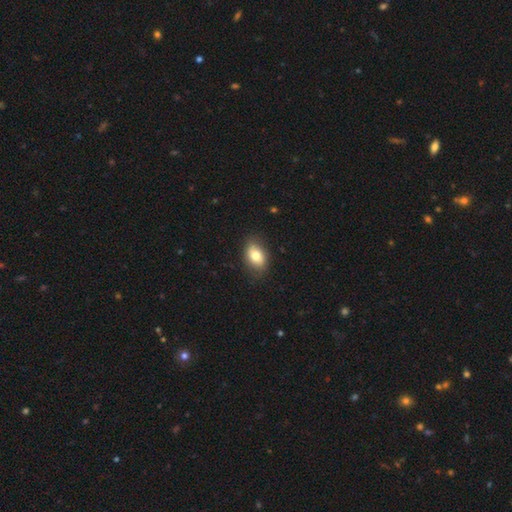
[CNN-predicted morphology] smooth 78%, featured or disk 15%, star or artifact 7%. Down the decision tree: how rounded — in between (87%); merging — none (83%).